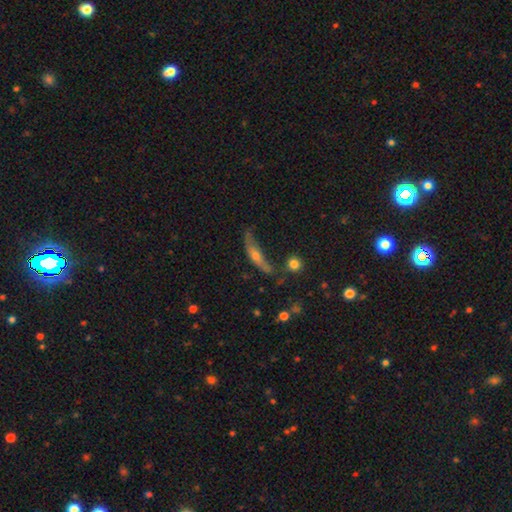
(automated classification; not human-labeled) This appears to be a featured or disk galaxy (51%) viewed edge-on (72%). Merging: none (43%).